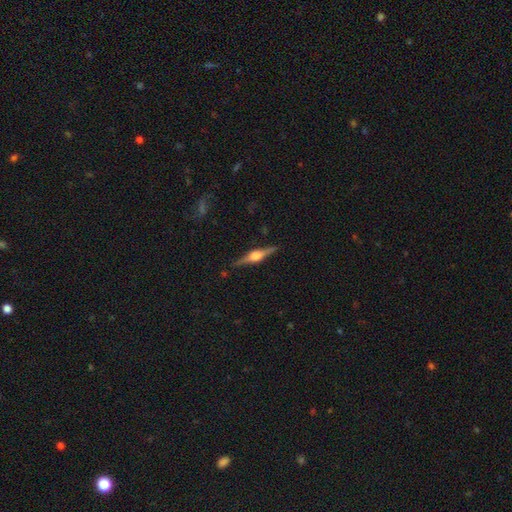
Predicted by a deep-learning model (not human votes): A featured or disk galaxy (82%) viewed edge-on (98%) with a rounded central bulge (89%).

Vote fractions:
- Smooth or featured? featured or disk: 82% / smooth: 12% / star or artifact: 6%
- Edge-on disk? yes: 98% / no: 2%
- Edge-on bulge? rounded: 89% / boxy: 9% / none: 2%
- Merging? none: 89% / minor disturbance: 8% / major disturbance: 2% / merger: 1%